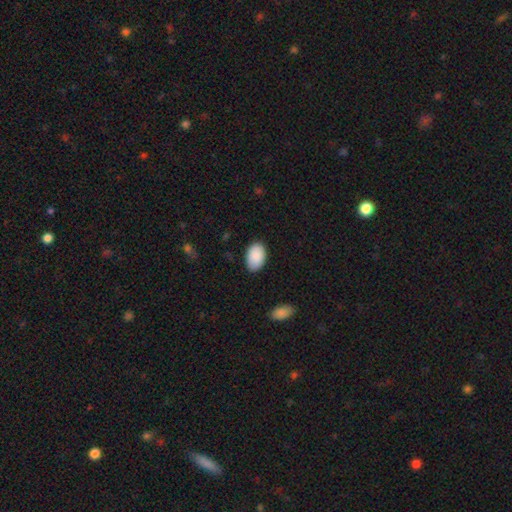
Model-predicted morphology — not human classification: A smooth galaxy with no disk features (90%) that is in between round and cigar-shaped (92%).

Vote fractions:
- Smooth or featured? smooth: 90% / star or artifact: 6% / featured or disk: 4%
- How rounded? in between: 92% / round: 7% / cigar-shaped: 1%
- Merging? none: 84% / minor disturbance: 12% / major disturbance: 2% / merger: 1%